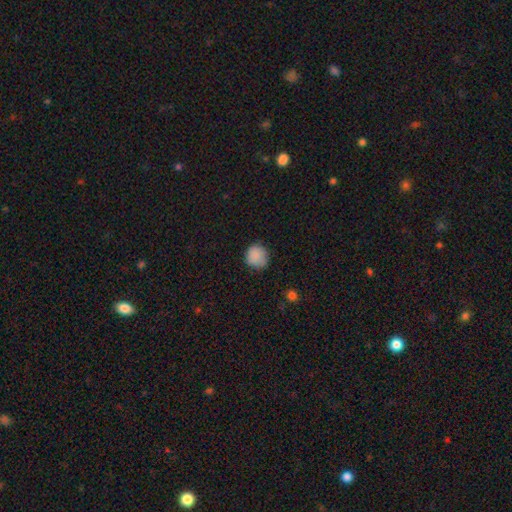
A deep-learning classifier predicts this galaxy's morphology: smooth_or_featured: smooth (p=0.86) [alt: star or artifact p=0.09]
how_rounded: round (p=0.88) [alt: in between p=0.11]
merging: none (p=0.79) [alt: minor disturbance p=0.17]